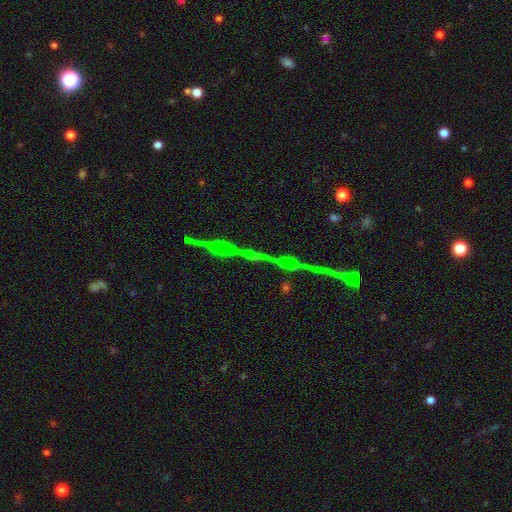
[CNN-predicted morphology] Smooth or featured: star or artifact — 54% (featured or disk — 32%)